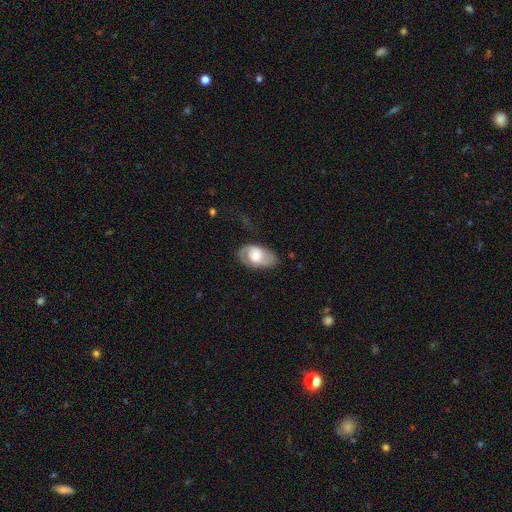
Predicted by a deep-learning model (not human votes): A featured or disk galaxy (54%).

Vote fractions:
- Smooth or featured? featured or disk: 54% / smooth: 40% / star or artifact: 6%
- Edge-on disk? no: 92% / yes: 8%
- Merging? none: 67% / minor disturbance: 22% / major disturbance: 9% / merger: 1%